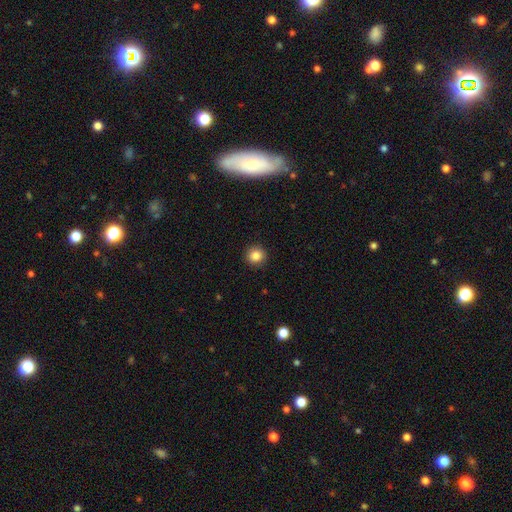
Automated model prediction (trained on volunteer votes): smooth_or_featured: smooth (p=0.85) [alt: star or artifact p=0.10]
how_rounded: round (p=0.93) [alt: in between p=0.06]
merging: none (p=0.92) [alt: minor disturbance p=0.05]